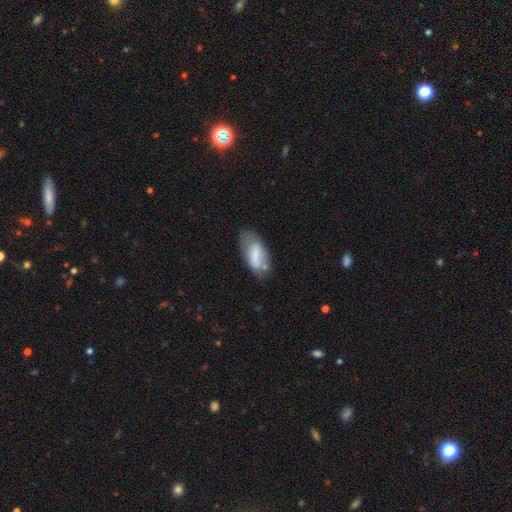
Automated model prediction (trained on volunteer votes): smooth_or_featured: smooth (p=0.70) [alt: featured or disk p=0.23]
how_rounded: in between (p=0.89) [alt: cigar-shaped p=0.09]
merging: none (p=0.52) [alt: minor disturbance p=0.31]